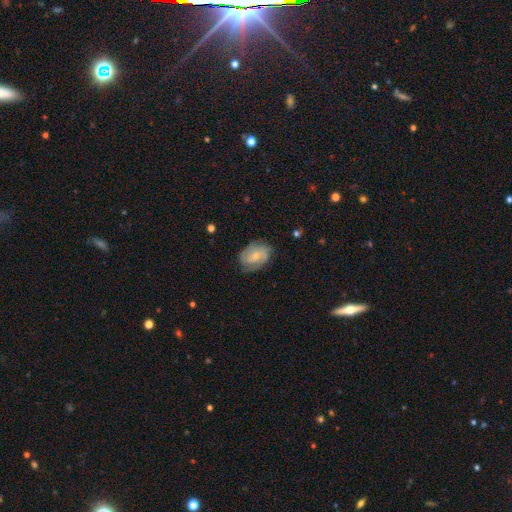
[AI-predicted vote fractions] Smooth or featured? Predicted: featured or disk (p=0.59). Edge-on disk? Predicted: no (p=0.96). Bar? Predicted: no (p=0.64). Spiral arms? Predicted: yes (p=0.81). Bulge size? Predicted: small (p=0.52). Merging? Predicted: none (p=0.65).